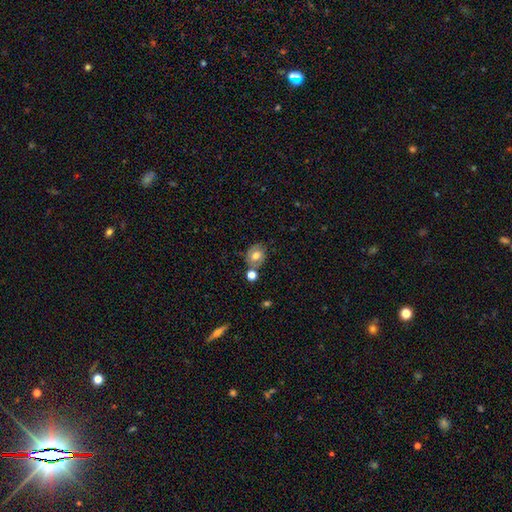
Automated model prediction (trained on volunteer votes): This is likely a smooth galaxy (65%). How rounded: possibly round (54%). Merging: likely none (62%).